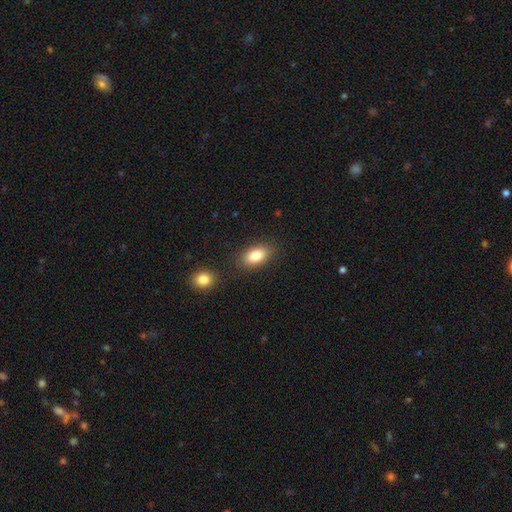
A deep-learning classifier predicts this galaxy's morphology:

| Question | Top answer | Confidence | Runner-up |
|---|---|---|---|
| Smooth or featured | smooth | 83% | featured or disk (9%) |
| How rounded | in between | 89% | round (8%) |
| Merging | none | 83% | minor disturbance (10%) |